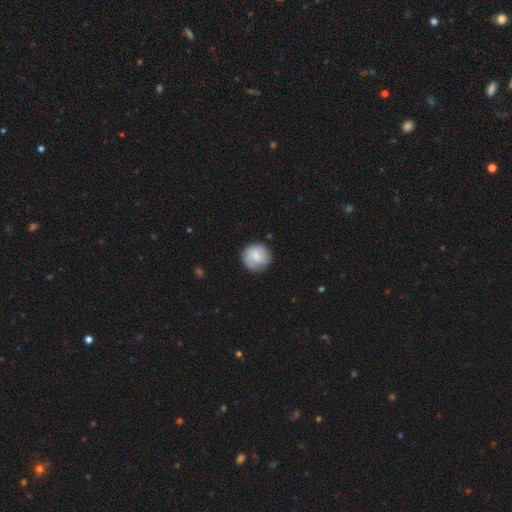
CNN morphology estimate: This is possibly a smooth galaxy (51%). How rounded: clearly round (90%). Merging: likely none (76%).